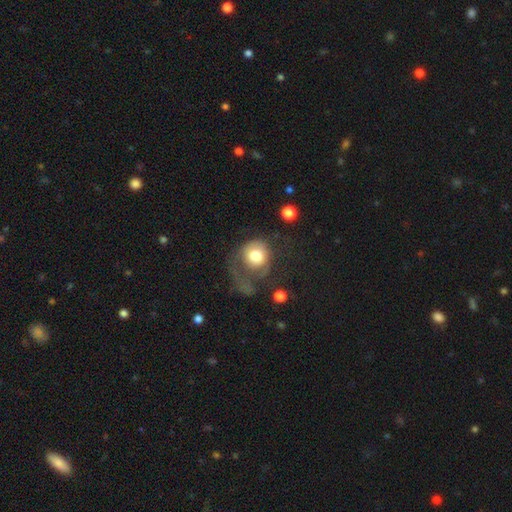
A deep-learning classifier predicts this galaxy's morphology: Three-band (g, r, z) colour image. It shows a smooth galaxy with no disk features (67%) that is round (78%). Merging: major disturbance (58%).